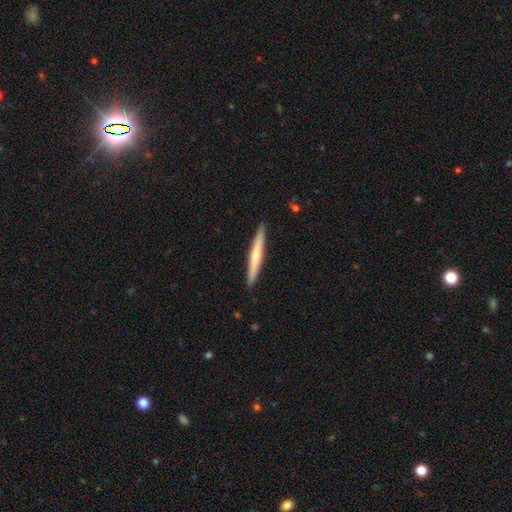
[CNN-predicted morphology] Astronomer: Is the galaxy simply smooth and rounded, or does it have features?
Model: smooth — 53% (runner-up: featured or disk, 42%).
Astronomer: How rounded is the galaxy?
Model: cigar-shaped — 97%.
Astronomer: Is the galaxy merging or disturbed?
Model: none — 92%.